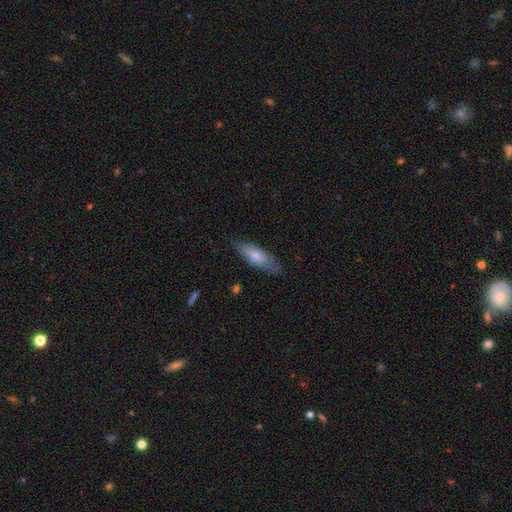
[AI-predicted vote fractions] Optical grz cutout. It shows a smooth galaxy with no disk features (67%) that is in between round and cigar-shaped (54%). Merging: none (76%).